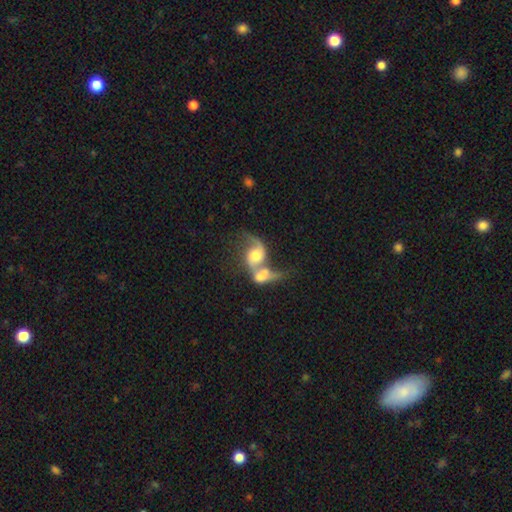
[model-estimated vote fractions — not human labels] Smooth or featured: featured or disk — 70% (smooth — 23%)
Edge-on disk: no — 96% (yes — 4%)
Bar: no — 63% (weak — 28%)
Spiral arms: yes — 86% (no — 14%)
Spiral winding: loose — 68% (medium — 26%)
Spiral arm count: 2 — 79% (1 — 13%)
Bulge size: moderate — 48% (large — 29%)
Merging: merger — 74% (none — 11%)